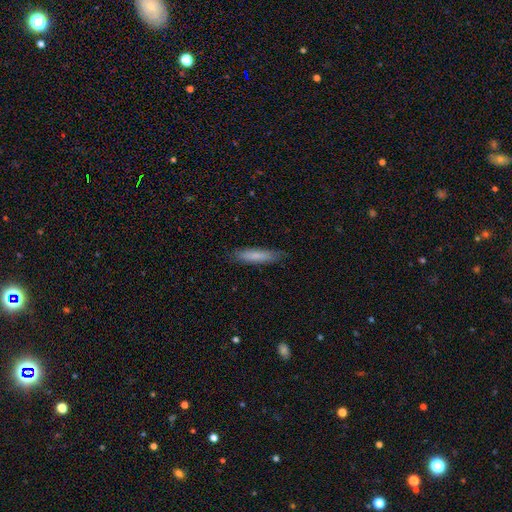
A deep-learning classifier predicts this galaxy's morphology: smooth 77%, featured or disk 17%, star or artifact 6%. Down the decision tree: how rounded — cigar-shaped (84%); merging — none (84%).